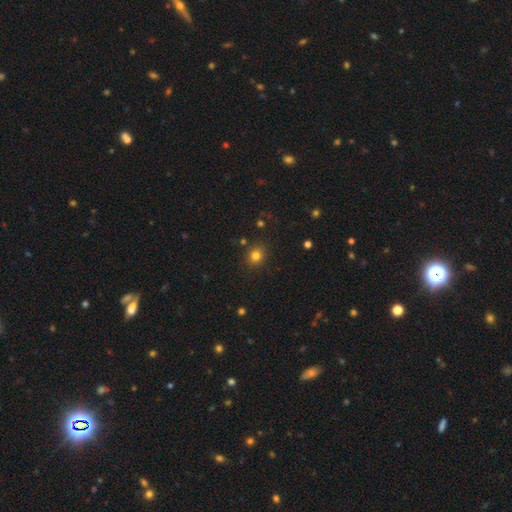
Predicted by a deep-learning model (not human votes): Q: Smooth or featured?
A: smooth (79%); runner-up: star or artifact (14%)
Q: How rounded?
A: round (77%); runner-up: in between (22%)
Q: Merging?
A: none (87%); runner-up: minor disturbance (8%)